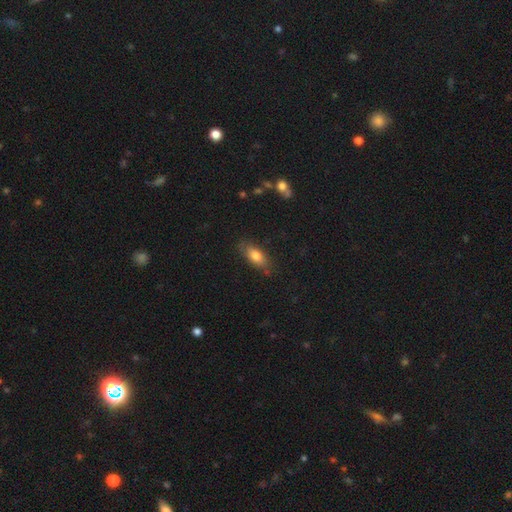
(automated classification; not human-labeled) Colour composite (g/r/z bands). It shows a smooth galaxy with no disk features (77%) that is in between round and cigar-shaped (81%). Merging: none (78%).